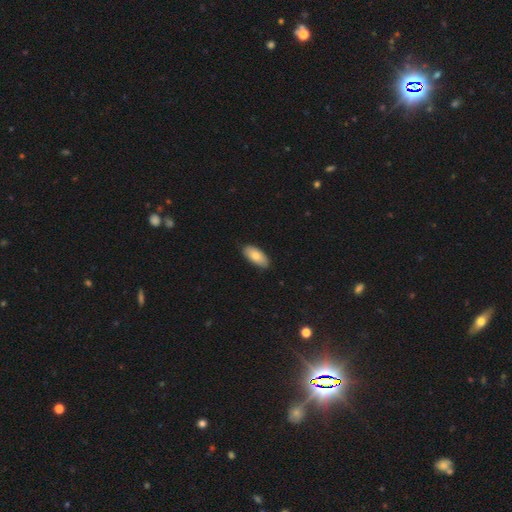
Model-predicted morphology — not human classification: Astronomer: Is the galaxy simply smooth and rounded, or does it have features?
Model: smooth — 79%.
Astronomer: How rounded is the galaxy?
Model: in between — 90%.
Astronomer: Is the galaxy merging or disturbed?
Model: none — 87%.